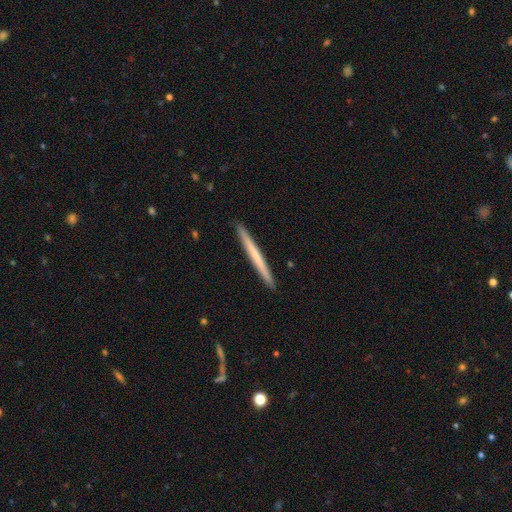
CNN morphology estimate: smooth-or-featured: smooth: 56% | featured or disk: 39% | star or artifact: 5%
  how-rounded: cigar-shaped: 98% | in between: 1% | round: 1%
  merging: none: 93% | minor disturbance: 5% | major disturbance: 1% | merger: 1%